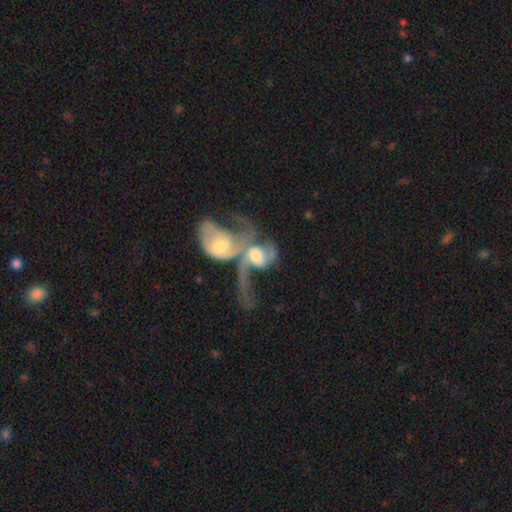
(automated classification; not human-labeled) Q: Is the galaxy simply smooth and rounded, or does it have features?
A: featured or disk — 73%.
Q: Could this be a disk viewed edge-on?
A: no — 95%.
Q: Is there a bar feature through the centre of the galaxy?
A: no — 59%.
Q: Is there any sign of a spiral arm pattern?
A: yes — 81%.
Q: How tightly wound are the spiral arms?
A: loose — 62%.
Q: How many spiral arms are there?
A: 2 — 54%.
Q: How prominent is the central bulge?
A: moderate — 56%.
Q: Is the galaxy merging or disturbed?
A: merger — 79%.